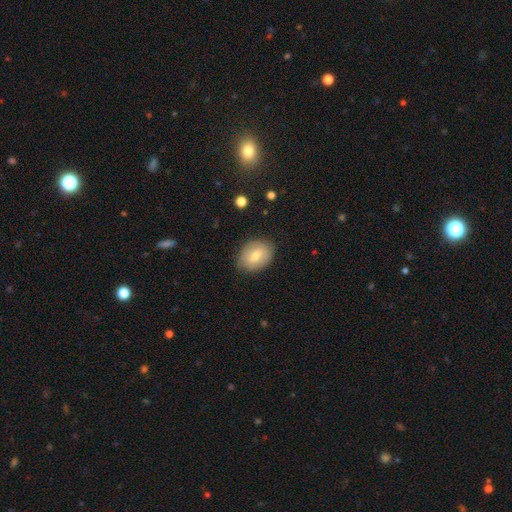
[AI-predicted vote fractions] smooth_or_featured: smooth (p=0.69) [alt: featured or disk p=0.23]
how_rounded: in between (p=0.71) [alt: round p=0.28]
merging: none (p=0.82) [alt: minor disturbance p=0.13]